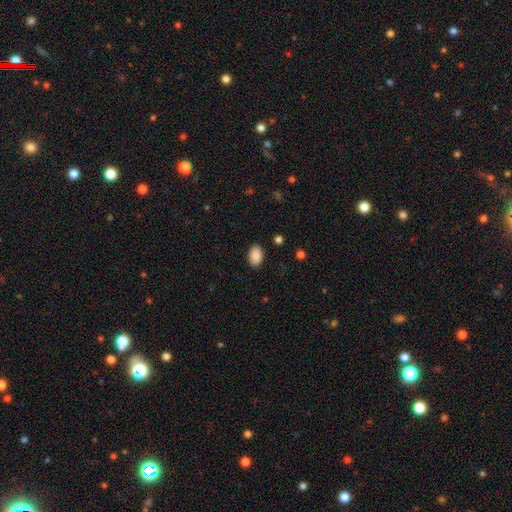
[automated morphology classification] A smooth galaxy with no disk features (90%) that is in between round and cigar-shaped (91%). Merging: none (88%).